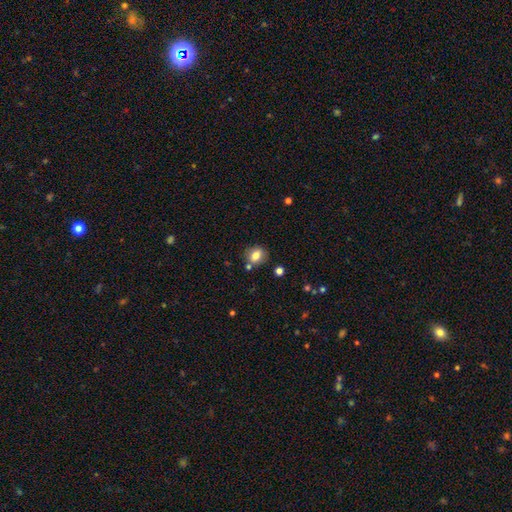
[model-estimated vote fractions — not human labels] smooth-or-featured: smooth: 80% | star or artifact: 10% | featured or disk: 10%
  how-rounded: round: 59% | in between: 40% | cigar-shaped: 1%
  merging: none: 76% | minor disturbance: 13% | merger: 8% | major disturbance: 3%